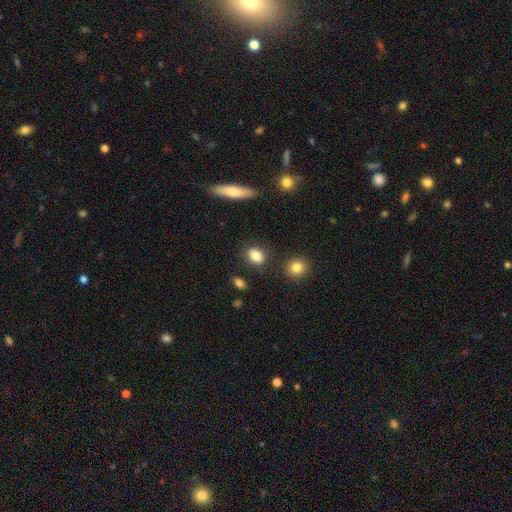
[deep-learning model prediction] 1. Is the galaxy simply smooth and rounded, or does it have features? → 85% smooth, 8% star or artifact, 7% featured or disk.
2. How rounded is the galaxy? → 66% in between, 31% round, 3% cigar-shaped.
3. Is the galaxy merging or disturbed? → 83% none, 11% minor disturbance, 4% merger, 3% major disturbance.